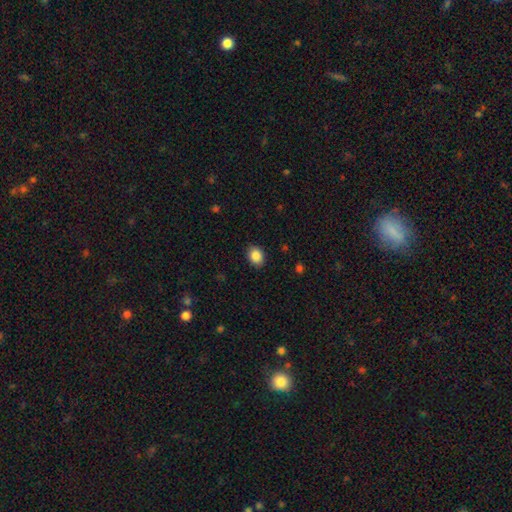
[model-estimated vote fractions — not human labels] smooth-or-featured: smooth: 87% | star or artifact: 8% | featured or disk: 5%
  how-rounded: in between: 62% | round: 37% | cigar-shaped: 1%
  merging: none: 89% | minor disturbance: 8% | major disturbance: 2% | merger: 1%